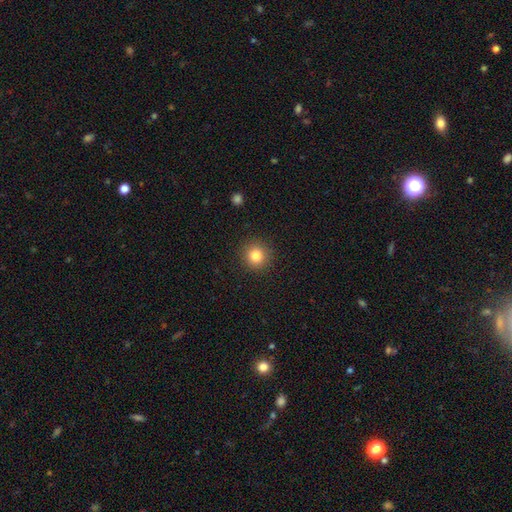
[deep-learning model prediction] This is clearly a smooth galaxy (82%). How rounded: clearly round (94%). Merging: clearly none (91%).